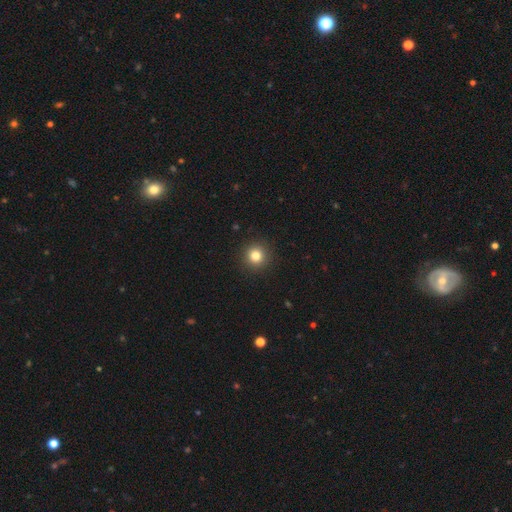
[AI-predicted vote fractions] This appears to be a smooth galaxy with no disk features (82%) that is round (95%). Merging: none (93%).